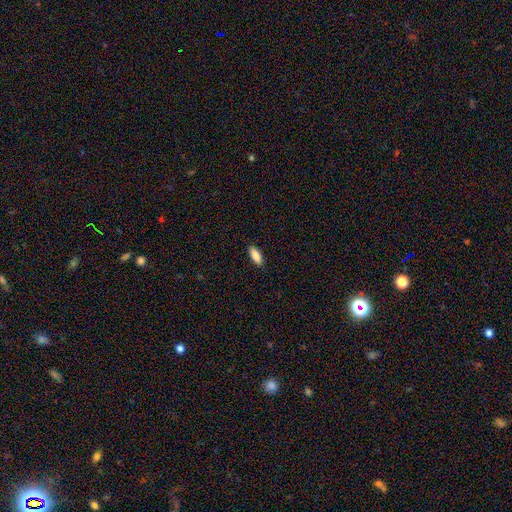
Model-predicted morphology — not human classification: The model was most divided on "how rounded": in between: 72%, cigar-shaped: 26%, round: 2%. More confident: merging — none (90%); smooth or featured — smooth (87%).